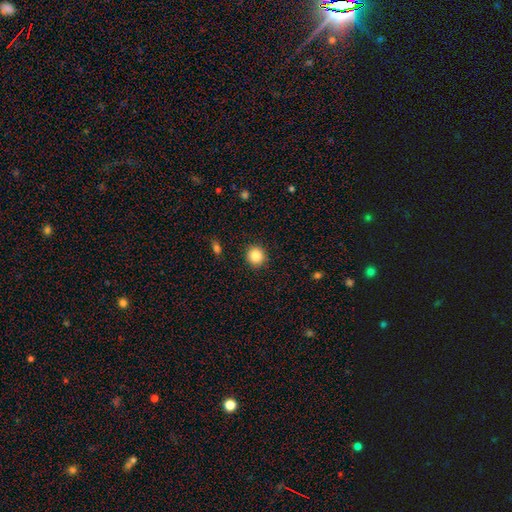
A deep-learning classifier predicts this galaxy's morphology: Smooth or featured: smooth — 86% (star or artifact — 10%)
How rounded: round — 92% (in between — 7%)
Merging: none — 91% (minor disturbance — 6%)